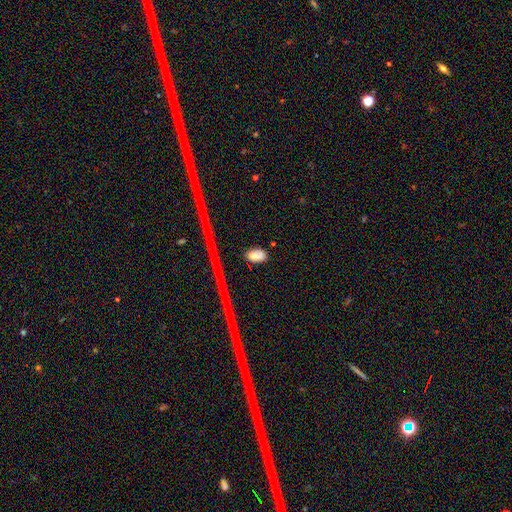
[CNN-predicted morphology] smooth 76%, featured or disk 12%, star or artifact 12%. Down the decision tree: how rounded — in between (90%); merging — none (77%).